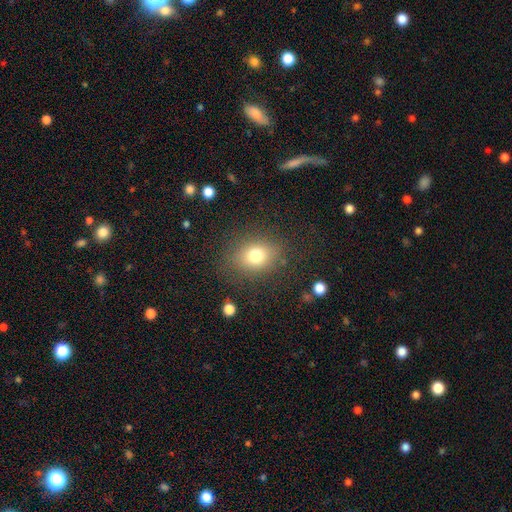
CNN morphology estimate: type=smooth (76%); roundness=in between (52%); merging=none (82%).